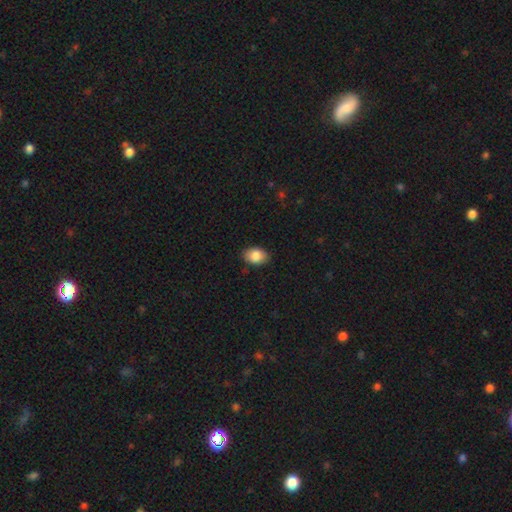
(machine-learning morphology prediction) smooth_or_featured: smooth (p=0.86) [alt: star or artifact p=0.07]
how_rounded: in between (p=0.82) [alt: round p=0.17]
merging: none (p=0.86) [alt: minor disturbance p=0.11]